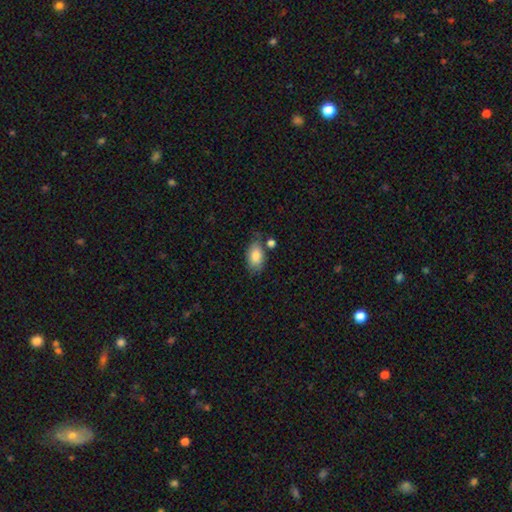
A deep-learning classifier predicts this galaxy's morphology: The model was most divided on "merging": none: 66%, minor disturbance: 19%, merger: 10%, major disturbance: 5%. More confident: how rounded — in between (92%); smooth or featured — smooth (83%).